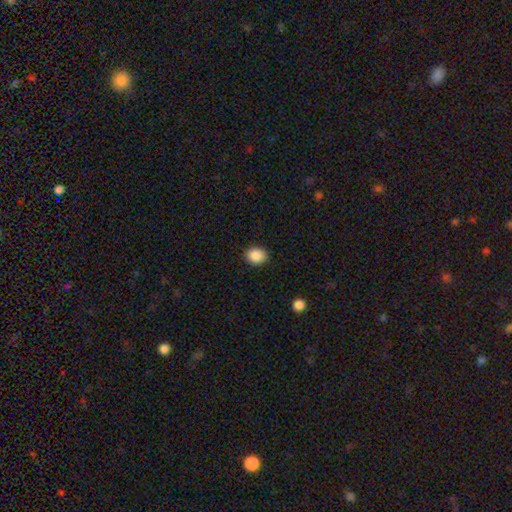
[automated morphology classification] smooth 88%, star or artifact 9%, featured or disk 3%. Down the decision tree: how rounded — round (60%); merging — none (88%).